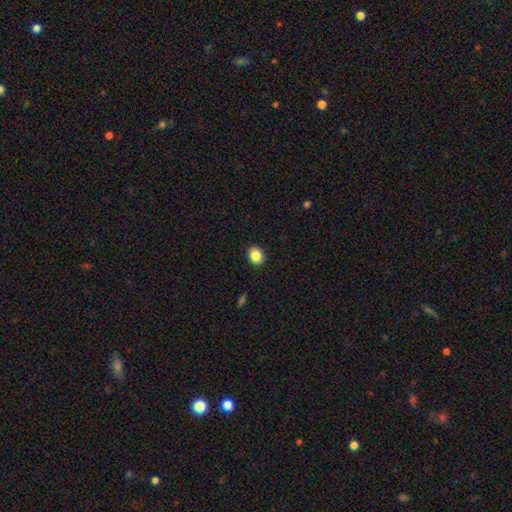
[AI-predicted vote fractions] The model was most divided on "how rounded": round: 55%, in between: 44%, cigar-shaped: 1%. More confident: merging — none (91%); smooth or featured — smooth (86%).